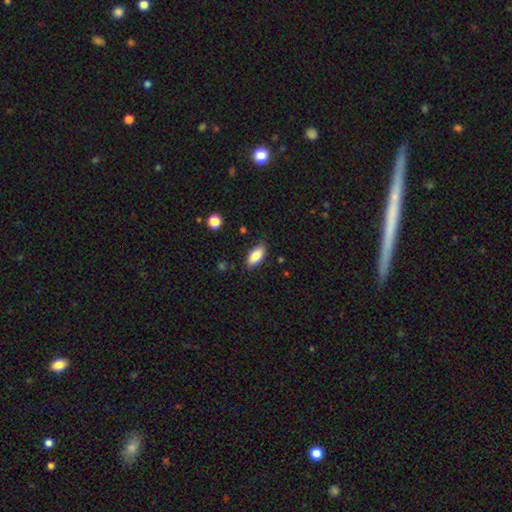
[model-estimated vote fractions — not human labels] A smooth galaxy with no disk features (85%) that is in between round and cigar-shaped (89%).

Vote fractions:
- Smooth or featured? smooth: 85% / featured or disk: 8% / star or artifact: 7%
- How rounded? in between: 89% / cigar-shaped: 9% / round: 2%
- Merging? none: 84% / minor disturbance: 12% / major disturbance: 3% / merger: 1%